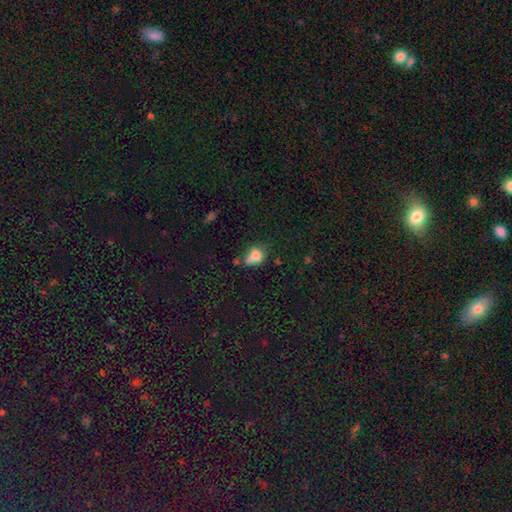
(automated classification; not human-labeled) Overall: smooth (73%). How rounded: in between (55%; round 42%). Merging: none (33%; minor disturbance 28%).